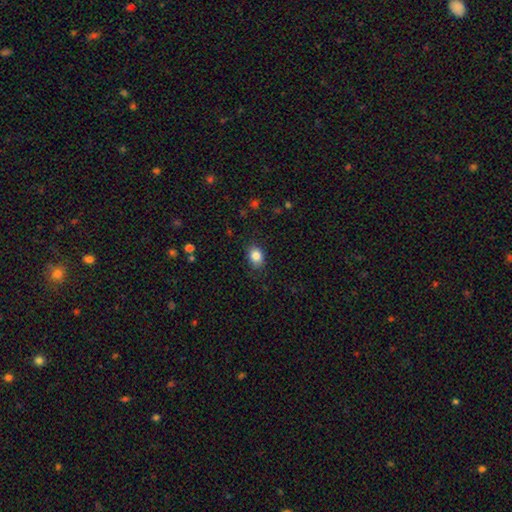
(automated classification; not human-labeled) Smooth or featured? smooth (85%)
How rounded? in between (65%)
Merging? none (84%)